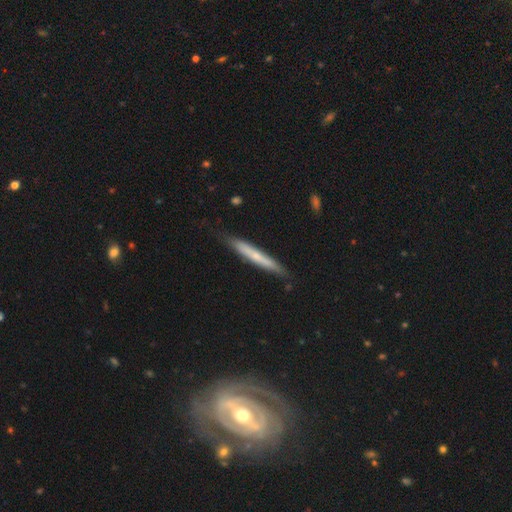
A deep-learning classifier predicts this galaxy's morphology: Q: Smooth or featured?
A: smooth (50%); runner-up: featured or disk (44%)
Q: Merging?
A: none (81%); runner-up: minor disturbance (15%)